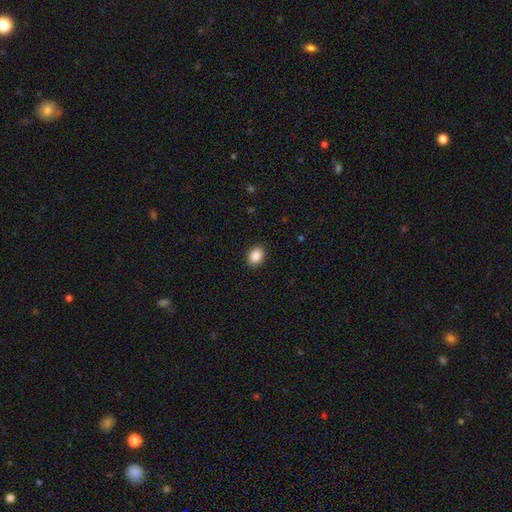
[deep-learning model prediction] smooth 88%, star or artifact 8%, featured or disk 3%. Down the decision tree: how rounded — in between (69%); merging — none (90%).